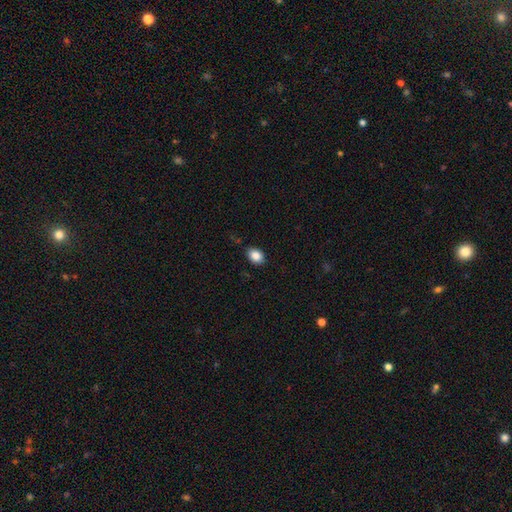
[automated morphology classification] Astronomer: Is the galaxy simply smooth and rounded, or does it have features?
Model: smooth — 87%.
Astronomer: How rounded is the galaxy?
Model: in between — 69%.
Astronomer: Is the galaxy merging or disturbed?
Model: none — 85%.